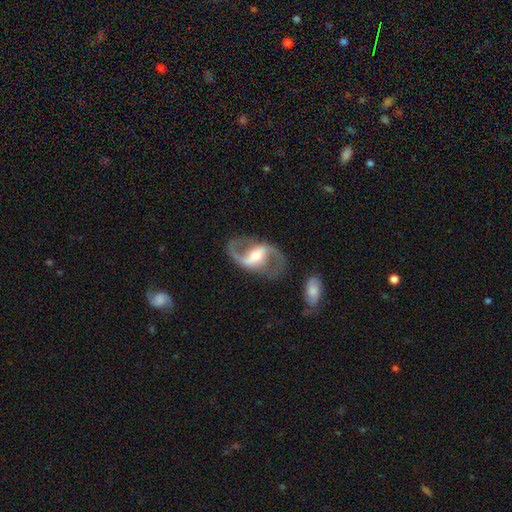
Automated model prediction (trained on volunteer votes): Morphology: type=featured or disk (91%); edge-on=no (97%); bar=strong (44%); spiral arms=yes (96%); winding=medium (46%, tied with loose); arm count=2 (93%); bulge=moderate (65%); merging=none (79%).